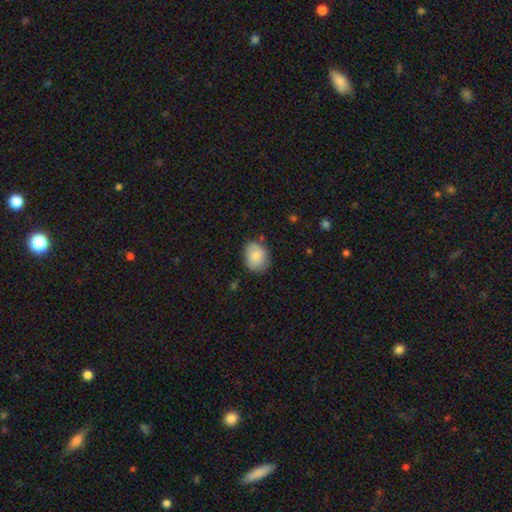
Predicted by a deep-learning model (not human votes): A smooth galaxy with no disk features (80%) that is round (52%).

Vote fractions:
- Smooth or featured? smooth: 80% / featured or disk: 13% / star or artifact: 7%
- How rounded? round: 52% / in between: 47% / cigar-shaped: 1%
- Merging? none: 73% / minor disturbance: 21% / major disturbance: 4% / merger: 2%